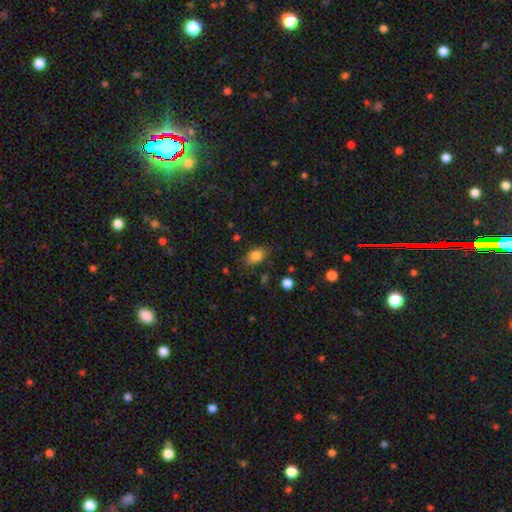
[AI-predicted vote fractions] A smooth galaxy with no disk features (84%) that is in between round and cigar-shaped (81%).

Vote fractions:
- Smooth or featured? smooth: 84% / star or artifact: 10% / featured or disk: 7%
- How rounded? in between: 81% / round: 16% / cigar-shaped: 2%
- Merging? none: 77% / minor disturbance: 17% / major disturbance: 5% / merger: 2%